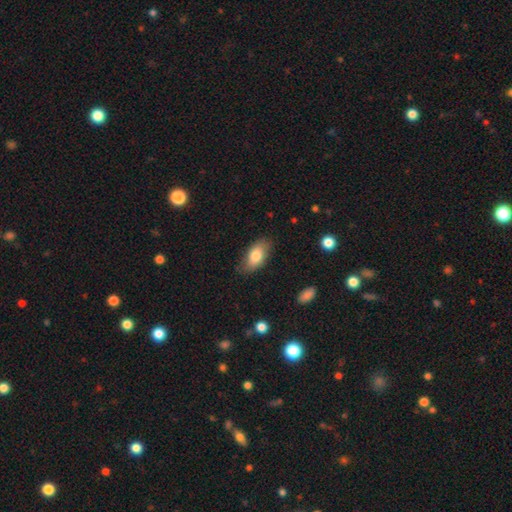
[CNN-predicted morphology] Smooth or featured? Predicted: smooth (p=0.79). How rounded? Predicted: in between (p=0.90). Merging? Predicted: none (p=0.79).